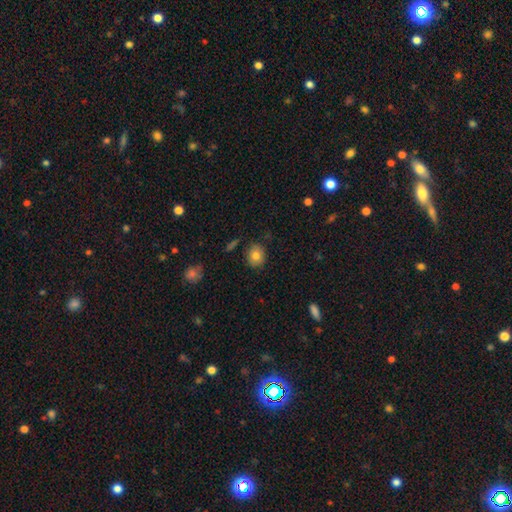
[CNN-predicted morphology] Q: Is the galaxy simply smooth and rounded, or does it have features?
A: smooth — 81%.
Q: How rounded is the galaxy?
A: round — 66%.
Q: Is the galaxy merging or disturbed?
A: none — 84%.